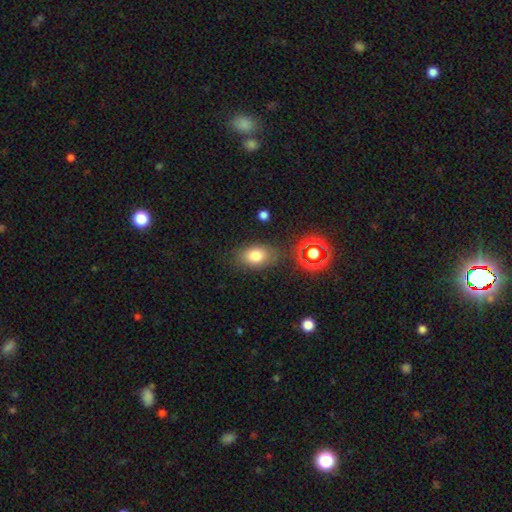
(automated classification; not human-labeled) This appears to be a smooth galaxy with no disk features (78%) that is in between round and cigar-shaped (79%). Merging: none (78%).